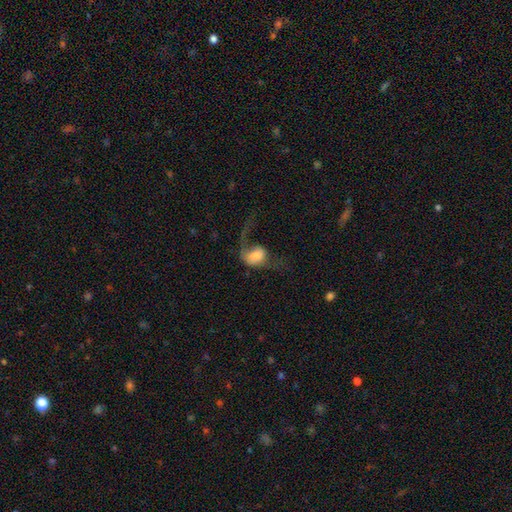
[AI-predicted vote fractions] A smooth galaxy with no disk features (54%) that is in between round and cigar-shaped (62%). Merging: major disturbance (64%).